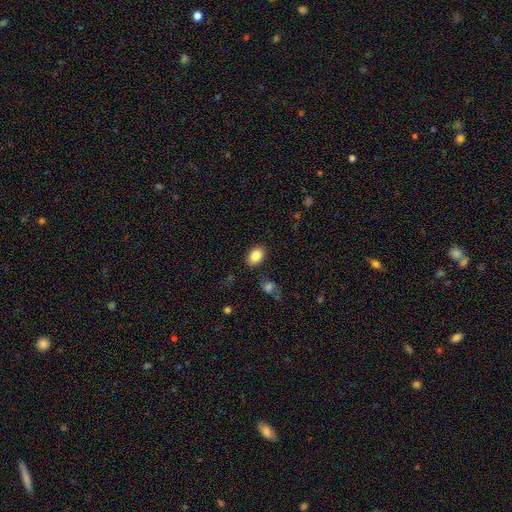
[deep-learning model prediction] This appears to be a smooth galaxy with no disk features (86%) that is in between round and cigar-shaped (80%). Merging: none (85%).